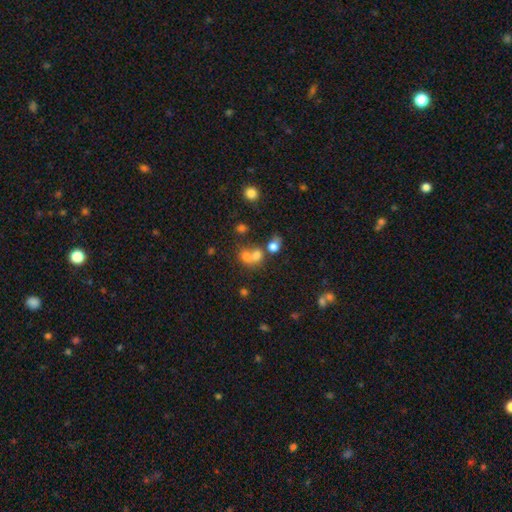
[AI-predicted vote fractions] smooth 66%, star or artifact 17%, featured or disk 17%. Down the decision tree: how rounded — round (61%); merging — merger (56%).